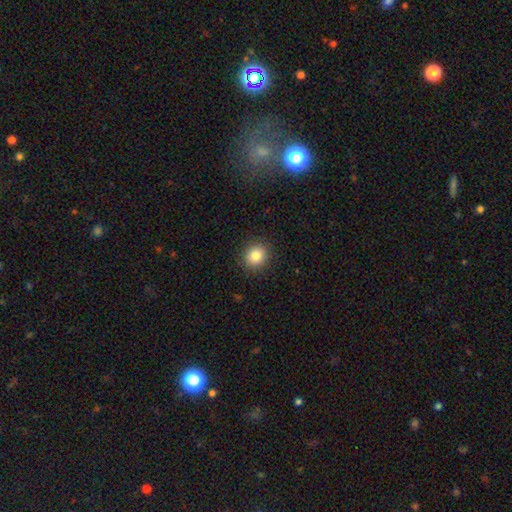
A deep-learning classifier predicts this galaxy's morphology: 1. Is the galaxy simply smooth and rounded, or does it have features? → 84% smooth, 10% star or artifact, 6% featured or disk.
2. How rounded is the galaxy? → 81% round, 18% in between, 1% cigar-shaped.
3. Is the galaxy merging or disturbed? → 91% none, 6% minor disturbance, 2% major disturbance, 1% merger.